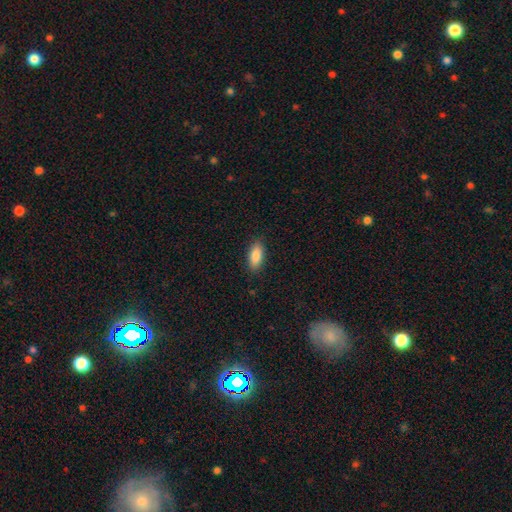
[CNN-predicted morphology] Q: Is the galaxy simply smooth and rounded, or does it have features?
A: smooth — 88%.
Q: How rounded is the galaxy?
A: in between — 85%.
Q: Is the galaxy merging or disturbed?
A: none — 87%.